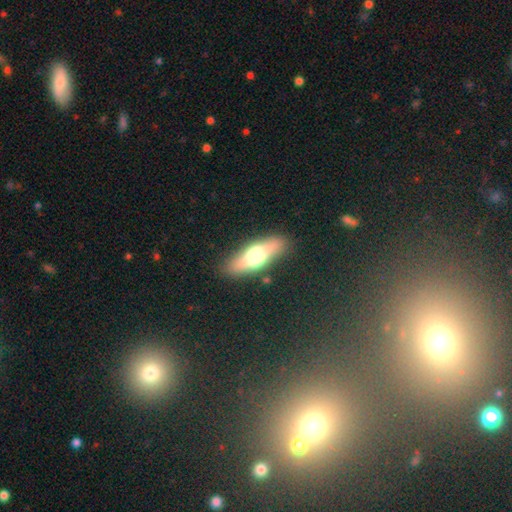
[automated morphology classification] This is possibly a smooth galaxy (53%). How rounded: possibly in between (54%). Merging: clearly none (85%).